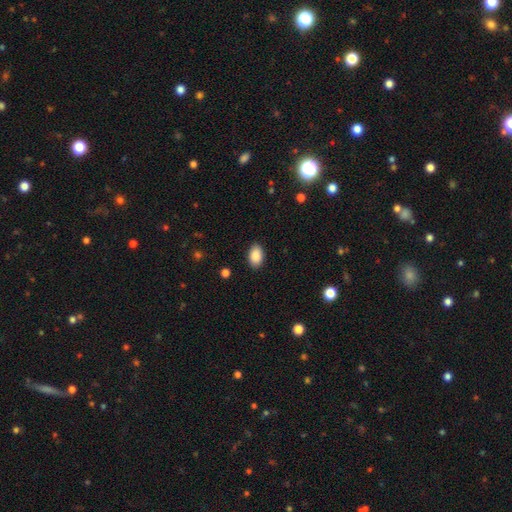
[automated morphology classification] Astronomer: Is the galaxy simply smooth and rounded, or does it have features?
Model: smooth — 89%.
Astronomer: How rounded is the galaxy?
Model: in between — 90%.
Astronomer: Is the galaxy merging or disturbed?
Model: none — 89%.